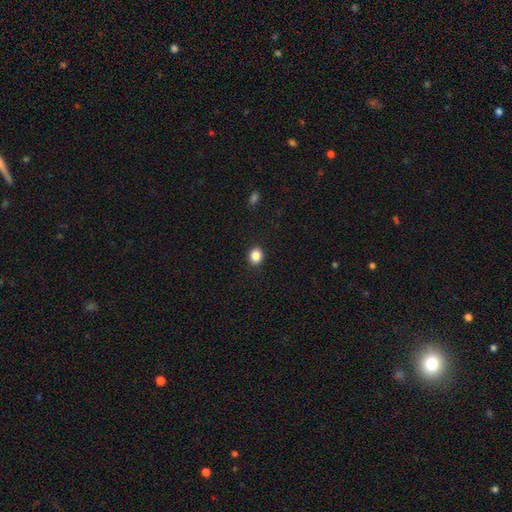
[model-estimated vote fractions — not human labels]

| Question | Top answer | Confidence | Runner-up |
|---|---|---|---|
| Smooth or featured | smooth | 87% | star or artifact (10%) |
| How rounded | round | 70% | in between (29%) |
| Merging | none | 91% | minor disturbance (6%) |